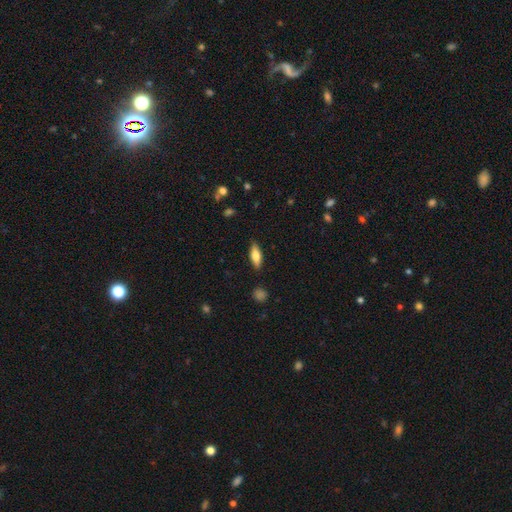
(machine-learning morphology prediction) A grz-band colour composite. It shows a smooth galaxy with no disk features (71%) that is in between round and cigar-shaped (63%). Merging: none (85%).